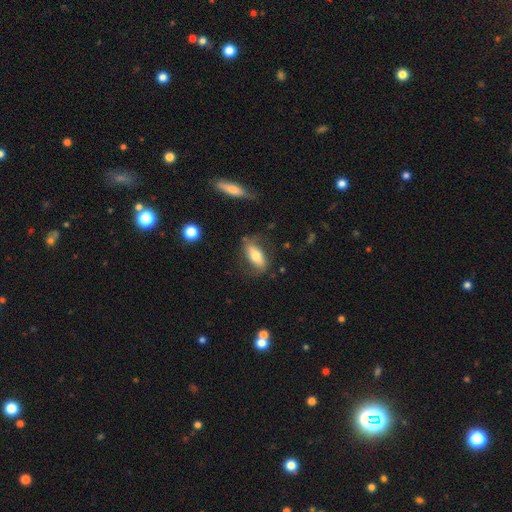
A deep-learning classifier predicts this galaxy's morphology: Overall: smooth (54%; featured or disk 39%). How rounded: in between (75%). Merging: none (68%).